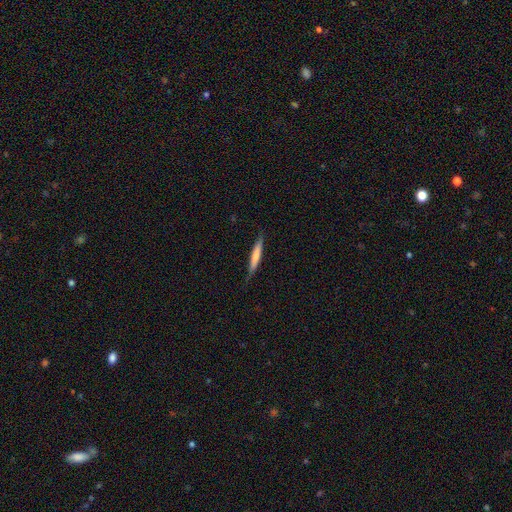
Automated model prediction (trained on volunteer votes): The model was most divided on "smooth or featured": smooth: 60%, featured or disk: 34%, star or artifact: 5%. More confident: how rounded — cigar-shaped (94%); merging — none (82%).